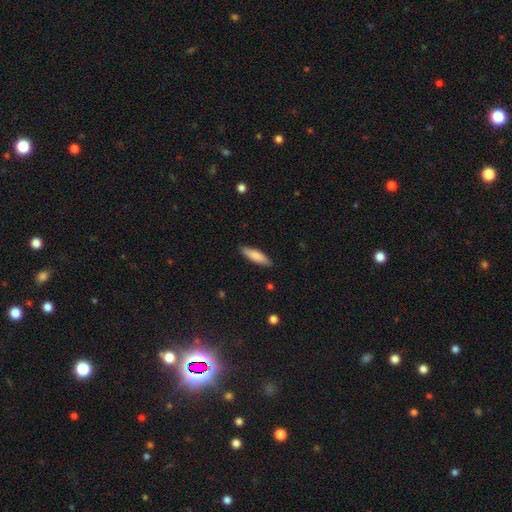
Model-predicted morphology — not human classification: smooth 81%, featured or disk 13%, star or artifact 6%. Down the decision tree: how rounded — cigar-shaped (65%); merging — none (87%).